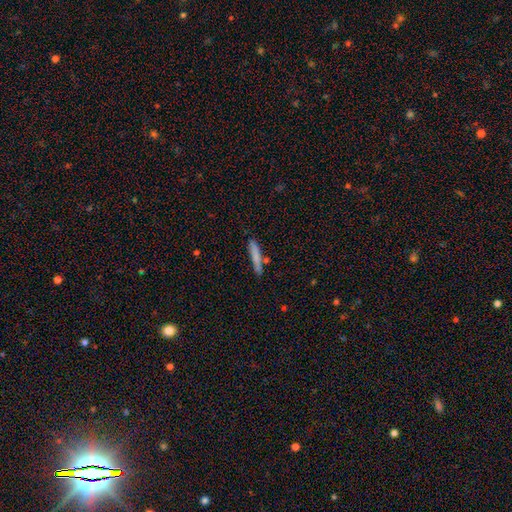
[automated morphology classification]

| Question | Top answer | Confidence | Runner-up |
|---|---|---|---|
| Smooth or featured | smooth | 76% | featured or disk (17%) |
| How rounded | cigar-shaped | 92% | in between (6%) |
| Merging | none | 76% | minor disturbance (14%) |